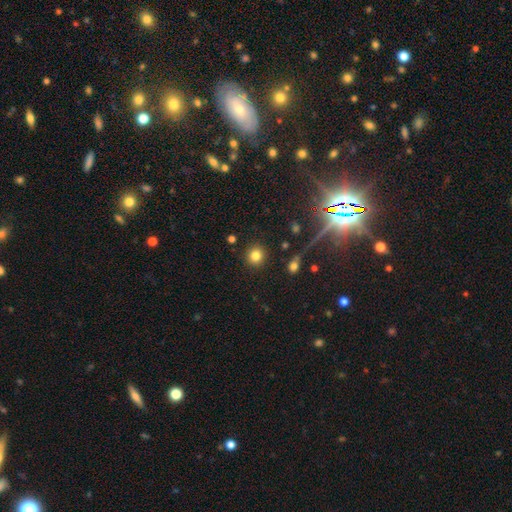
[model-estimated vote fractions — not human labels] Smooth or featured? Predicted: smooth (p=0.80). How rounded? Predicted: round (p=0.91). Merging? Predicted: none (p=0.90).